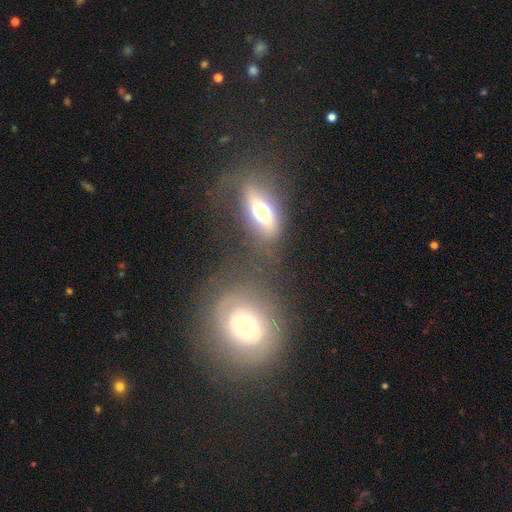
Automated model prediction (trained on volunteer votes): Smooth or featured?
  - smooth: 44% *
  - featured or disk: 43%
  - star or artifact: 13%
Merging?
  - none: 43% *
  - merger: 36%
  - minor disturbance: 12%
  - major disturbance: 8%